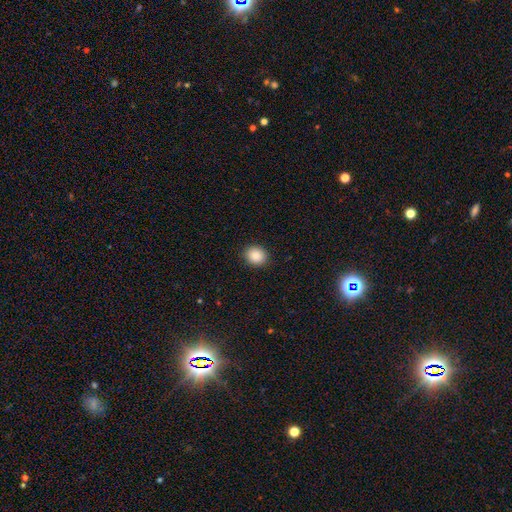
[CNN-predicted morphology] smooth_or_featured: smooth (p=0.88) [alt: star or artifact p=0.09]
how_rounded: round (p=0.69) [alt: in between p=0.30]
merging: none (p=0.91) [alt: minor disturbance p=0.06]